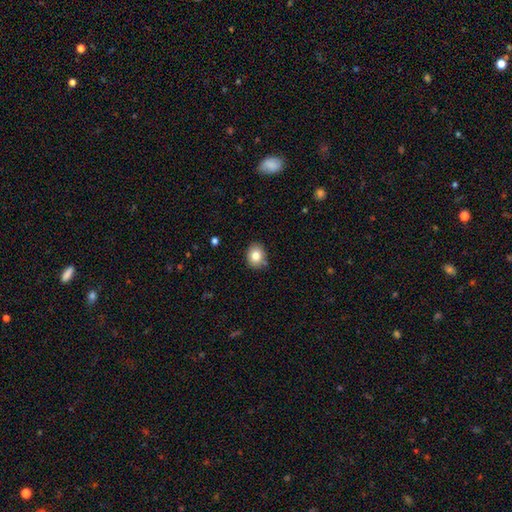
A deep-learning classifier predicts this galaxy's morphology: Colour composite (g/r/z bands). It shows a smooth galaxy with no disk features (82%) that is round (56%). Merging: none (84%).